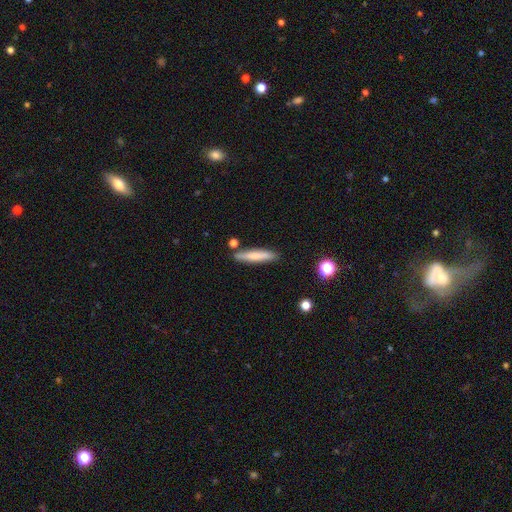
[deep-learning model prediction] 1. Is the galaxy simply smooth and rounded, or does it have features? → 71% smooth, 22% featured or disk, 6% star or artifact.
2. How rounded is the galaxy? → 90% cigar-shaped, 9% in between, 1% round.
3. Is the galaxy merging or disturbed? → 82% none, 10% minor disturbance, 5% merger, 2% major disturbance.